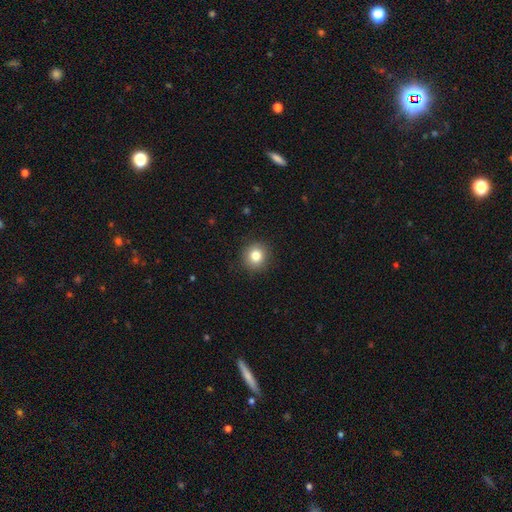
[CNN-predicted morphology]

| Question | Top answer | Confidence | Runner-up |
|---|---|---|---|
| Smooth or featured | smooth | 82% | star or artifact (11%) |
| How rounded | round | 89% | in between (10%) |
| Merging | none | 90% | minor disturbance (7%) |